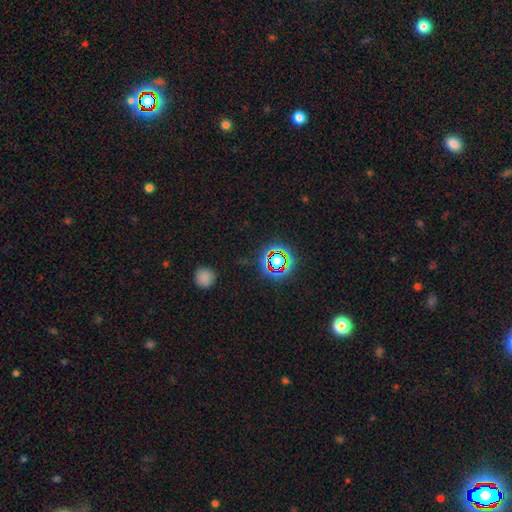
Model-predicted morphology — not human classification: This is likely a star or artifact rather than a galaxy (63%).